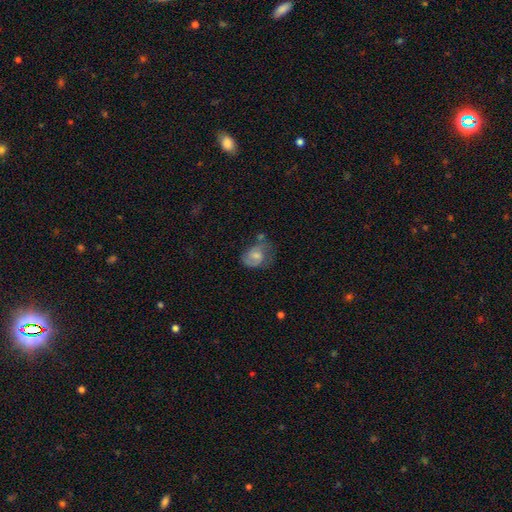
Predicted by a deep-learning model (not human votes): Morphology: type=smooth (50%); merging=none (42%).